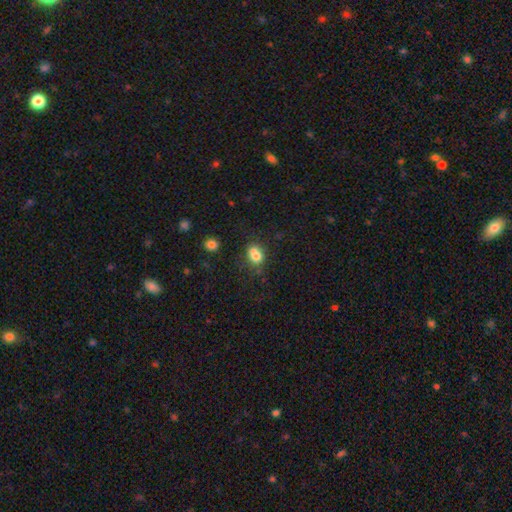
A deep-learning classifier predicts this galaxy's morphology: smooth_or_featured: smooth (p=0.76) [alt: featured or disk p=0.12]
how_rounded: in between (p=0.53) [alt: round p=0.46]
merging: none (p=0.44) [alt: merger p=0.34]